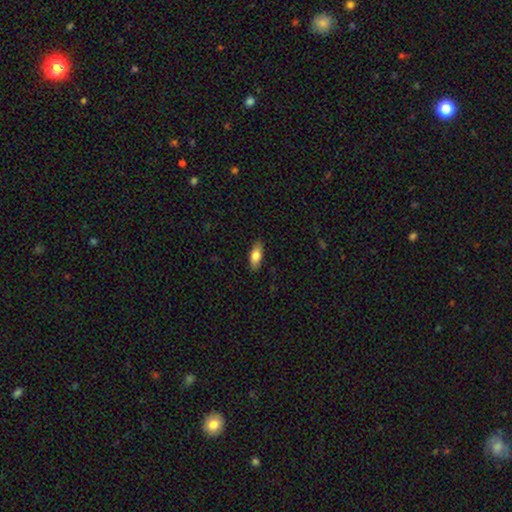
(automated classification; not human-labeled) Q: Smooth or featured?
A: smooth (79%); runner-up: featured or disk (15%)
Q: How rounded?
A: in between (78%); runner-up: cigar-shaped (19%)
Q: Merging?
A: none (87%); runner-up: minor disturbance (10%)